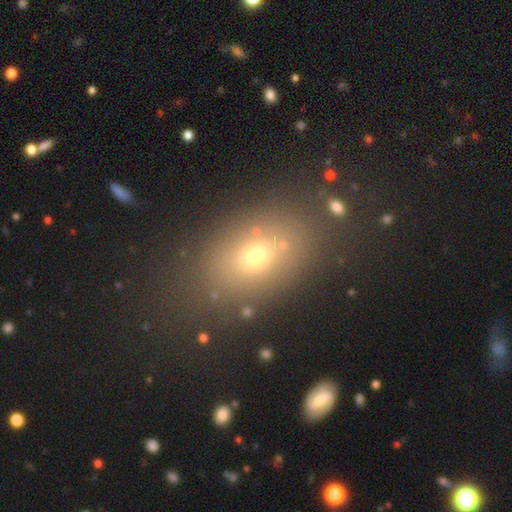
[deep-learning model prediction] Smooth or featured? smooth (66%)
How rounded? in between (78%)
Merging? none (76%)